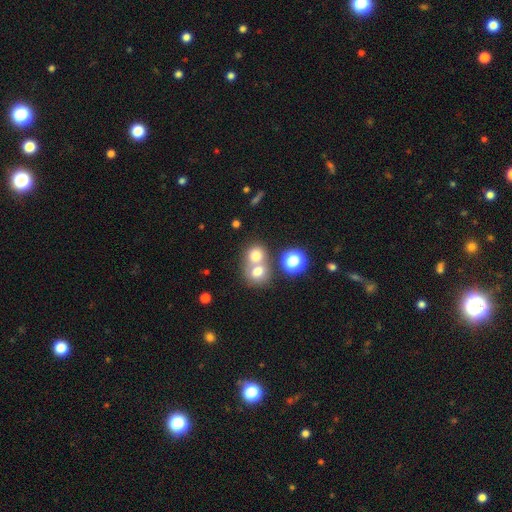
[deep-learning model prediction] The model was most divided on "merging": merger: 55%, none: 35%, minor disturbance: 7%, major disturbance: 3%. More confident: how rounded — round (75%); smooth or featured — smooth (72%).